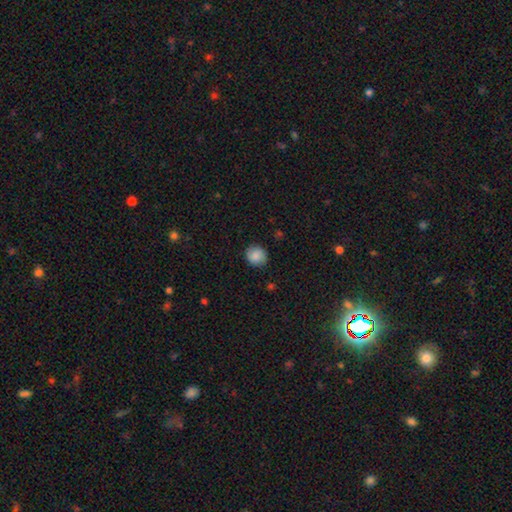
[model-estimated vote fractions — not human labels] Smooth or featured: smooth — 86% (star or artifact — 8%)
How rounded: round — 86% (in between — 13%)
Merging: none — 87% (minor disturbance — 10%)